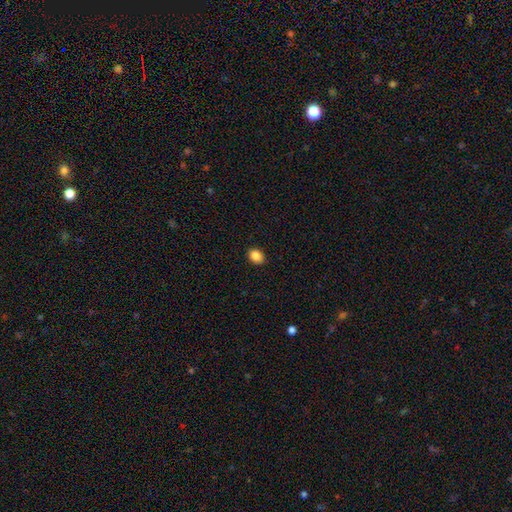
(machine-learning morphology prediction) smooth 86%, star or artifact 9%, featured or disk 4%. Down the decision tree: how rounded — in between (66%); merging — none (90%).